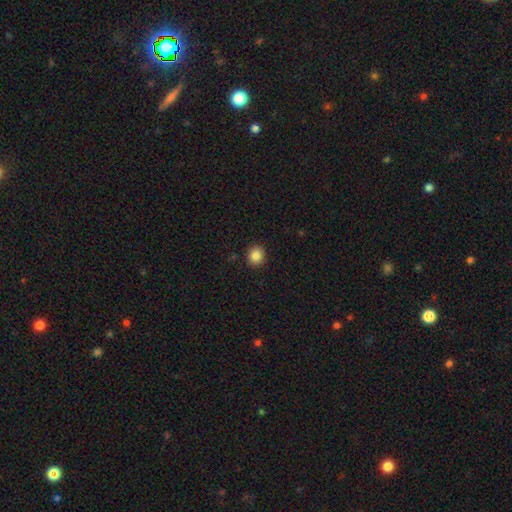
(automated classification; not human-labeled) Smooth or featured?
  - smooth: 85% *
  - star or artifact: 10%
  - featured or disk: 5%
How rounded?
  - round: 85% *
  - in between: 14%
  - cigar-shaped: 1%
Merging?
  - none: 91% *
  - minor disturbance: 6%
  - major disturbance: 2%
  - merger: 1%